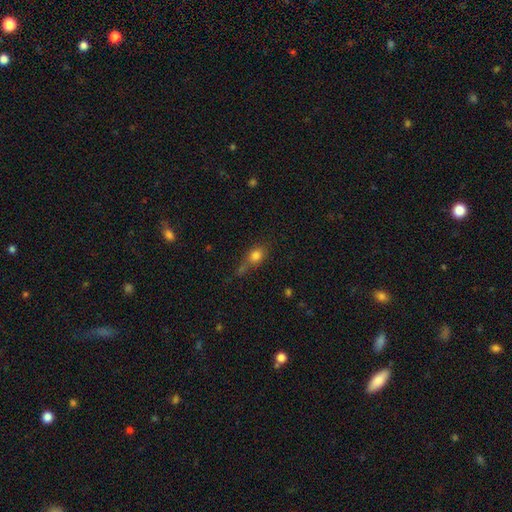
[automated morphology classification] smooth 78%, star or artifact 12%, featured or disk 10%. Down the decision tree: how rounded — in between (50%); merging — none (45%).